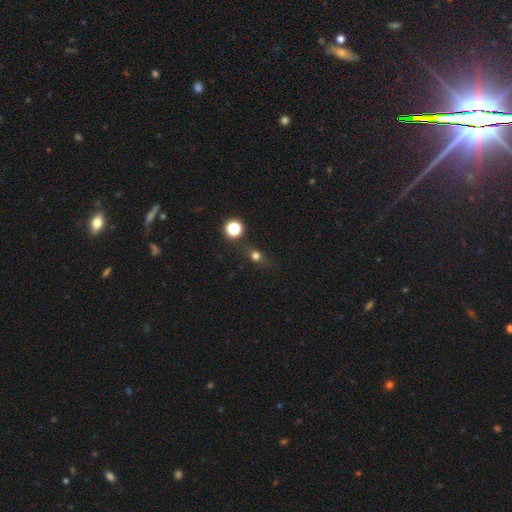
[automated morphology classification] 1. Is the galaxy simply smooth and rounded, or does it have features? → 65% smooth, 24% star or artifact, 11% featured or disk.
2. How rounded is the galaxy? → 65% round, 31% in between, 5% cigar-shaped.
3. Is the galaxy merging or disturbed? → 73% none, 16% minor disturbance, 6% major disturbance, 5% merger.